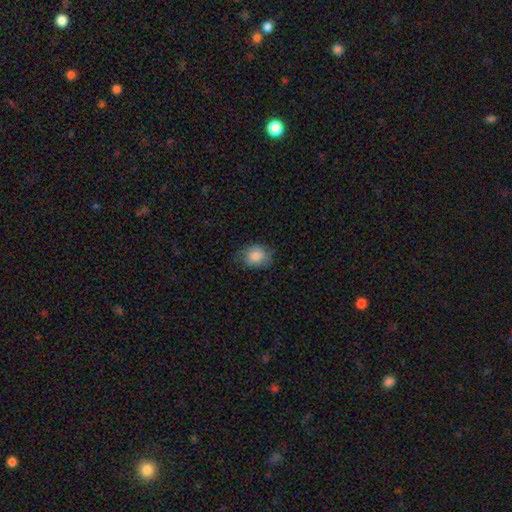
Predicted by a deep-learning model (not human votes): Smooth or featured? smooth (83%)
How rounded? in between (53%)
Merging? none (68%)